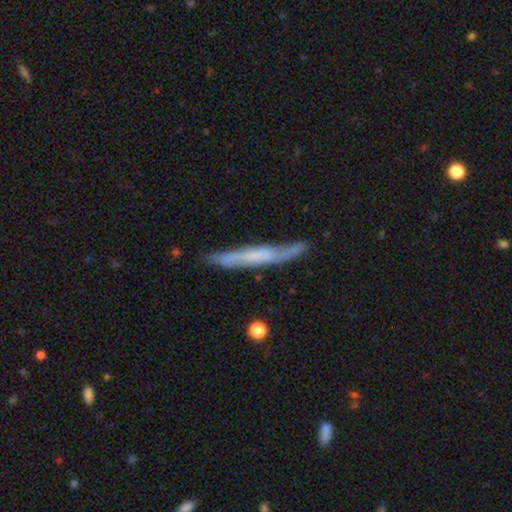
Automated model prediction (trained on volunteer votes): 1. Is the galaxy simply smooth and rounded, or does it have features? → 58% featured or disk, 35% smooth, 6% star or artifact.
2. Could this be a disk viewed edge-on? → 83% yes, 17% no.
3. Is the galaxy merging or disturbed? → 71% none, 21% minor disturbance, 5% major disturbance, 3% merger.